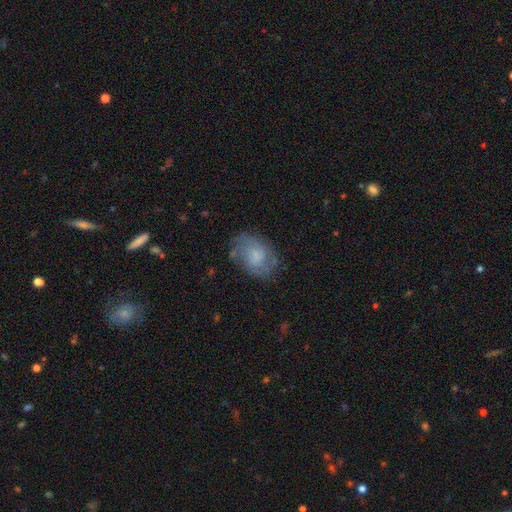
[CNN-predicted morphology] This appears to be a smooth galaxy with no disk features (46%). Merging: none (67%).